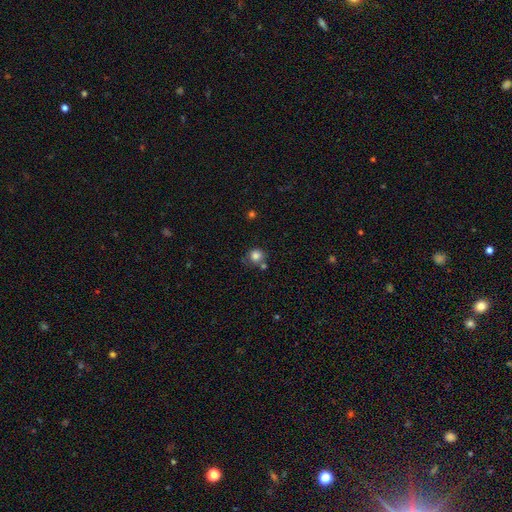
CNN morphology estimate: smooth 82%, star or artifact 11%, featured or disk 6%. Down the decision tree: how rounded — round (89%); merging — none (65%).